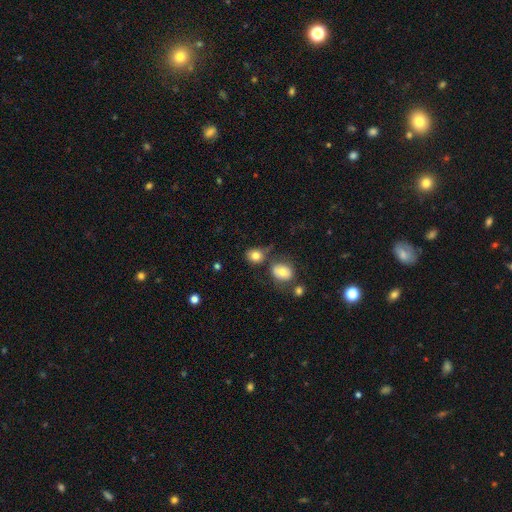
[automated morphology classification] Smooth or featured?
  - smooth: 79% *
  - star or artifact: 11%
  - featured or disk: 10%
How rounded?
  - round: 63% *
  - in between: 36%
  - cigar-shaped: 1%
Merging?
  - none: 59% *
  - merger: 17%
  - minor disturbance: 17%
  - major disturbance: 7%